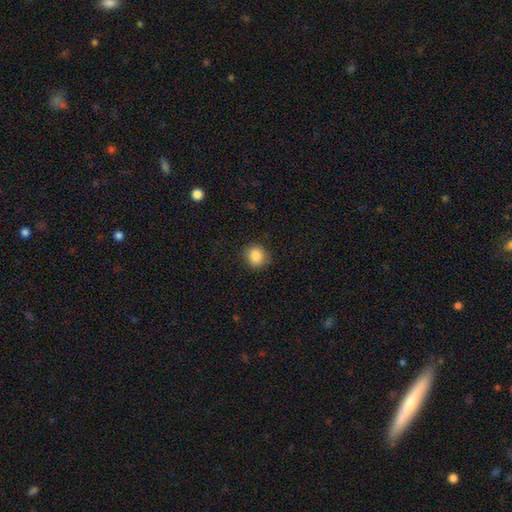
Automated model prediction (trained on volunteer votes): This appears to be a smooth galaxy with no disk features (87%) that is round (83%). Merging: none (87%).